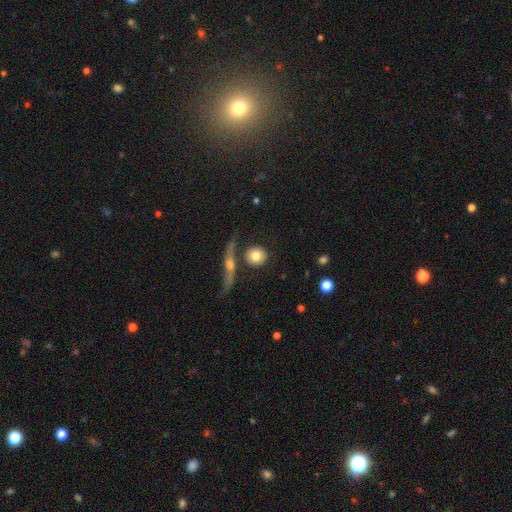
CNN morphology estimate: Smooth or featured: smooth — 77% (featured or disk — 17%)
How rounded: round — 87% (in between — 11%)
Merging: none — 72% (merger — 13%)